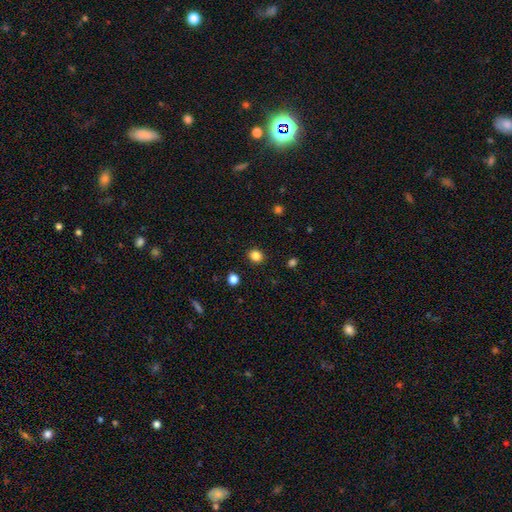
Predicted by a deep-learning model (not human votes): This is clearly a smooth galaxy (85%). How rounded: likely round (75%). Merging: clearly none (90%).